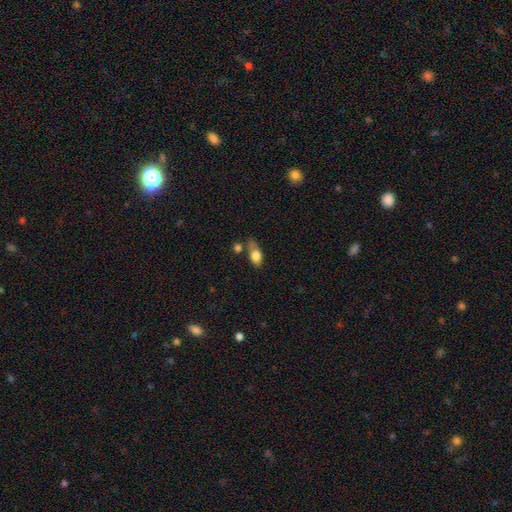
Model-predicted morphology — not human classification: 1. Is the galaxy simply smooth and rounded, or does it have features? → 76% smooth, 16% featured or disk, 8% star or artifact.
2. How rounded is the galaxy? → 83% in between, 10% round, 7% cigar-shaped.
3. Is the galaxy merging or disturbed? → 44% none, 25% minor disturbance, 19% merger, 12% major disturbance.